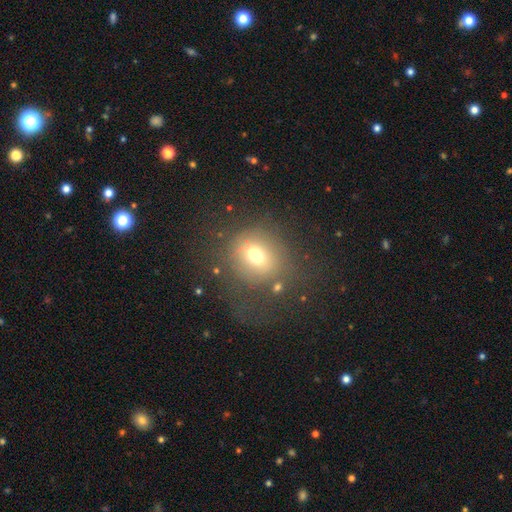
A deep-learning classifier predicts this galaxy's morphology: type=smooth (65%); roundness=round (78%); merging=none (63%).